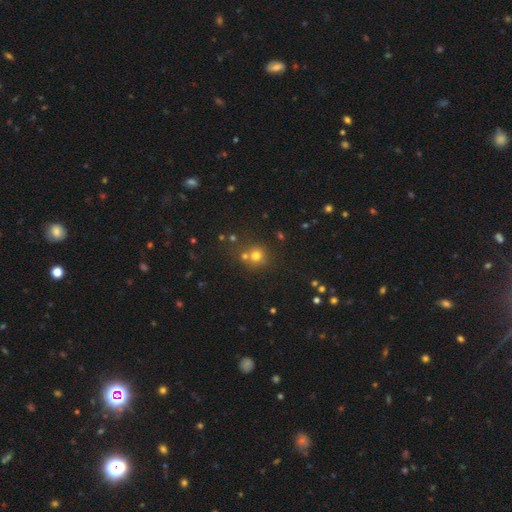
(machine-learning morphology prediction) This is likely a smooth galaxy (62%). How rounded: clearly round (88%). Merging: likely none (63%).